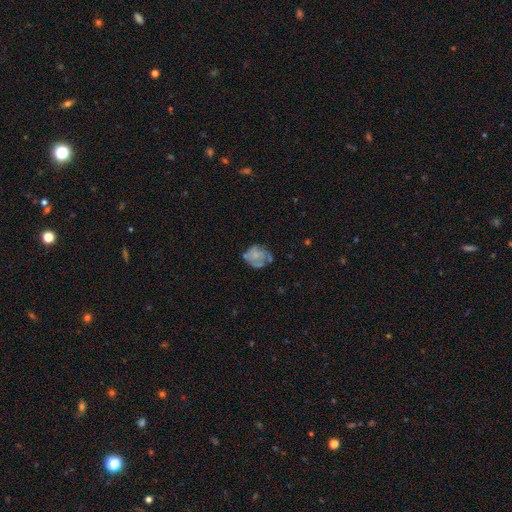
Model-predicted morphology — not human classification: featured or disk 51%, smooth 39%, star or artifact 9%. Down the decision tree: edge-on disk — no (98%); bar — no (86%); spiral arms — no (62%); bulge size — none (39%); merging — none (50%).